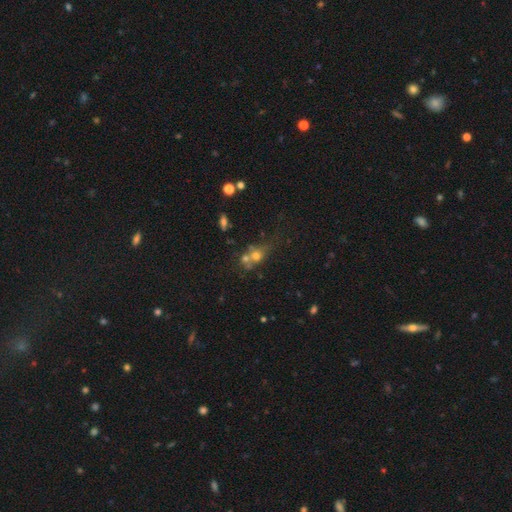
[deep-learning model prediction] smooth-or-featured: smooth: 61% | featured or disk: 22% | star or artifact: 18%
  how-rounded: round: 63% | in between: 34% | cigar-shaped: 3%
  merging: merger: 44% | none: 35% | minor disturbance: 12% | major disturbance: 9%